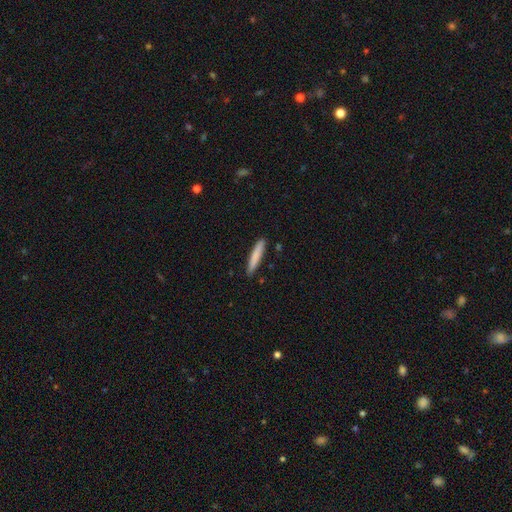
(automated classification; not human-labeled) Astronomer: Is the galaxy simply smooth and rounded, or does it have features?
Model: smooth — 81%.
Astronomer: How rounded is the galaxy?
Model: cigar-shaped — 93%.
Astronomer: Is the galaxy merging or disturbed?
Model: none — 88%.